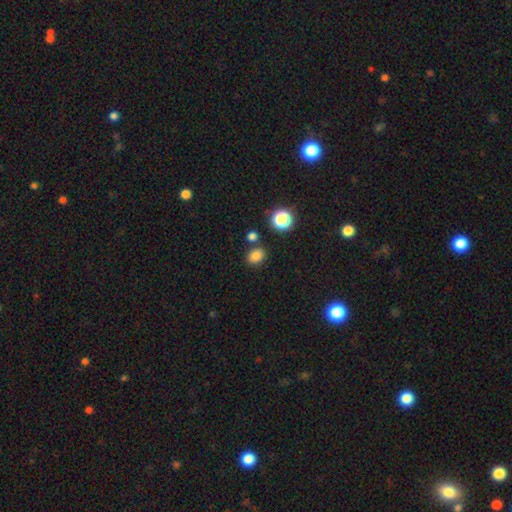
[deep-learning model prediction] smooth 81%, star or artifact 14%, featured or disk 5%. Down the decision tree: how rounded — in between (51%); merging — none (78%).